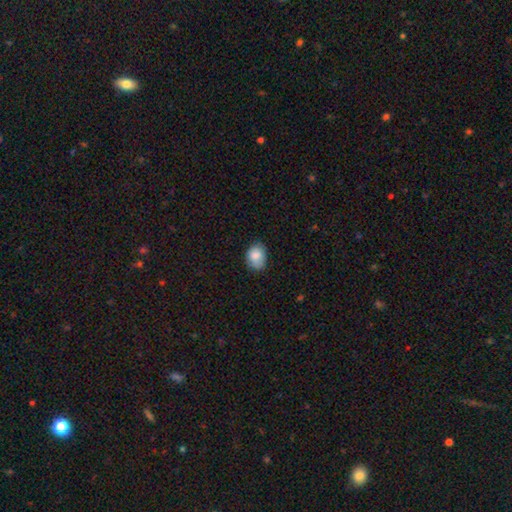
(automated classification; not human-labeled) Smooth or featured? smooth (84%)
How rounded? in between (61%)
Merging? none (68%)